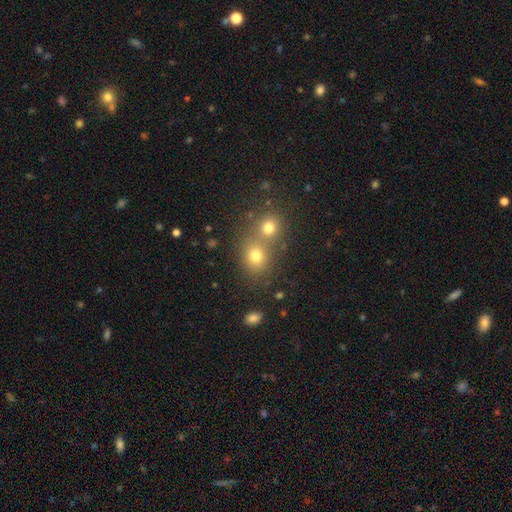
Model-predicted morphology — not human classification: This is likely a smooth galaxy (75%). How rounded: likely round (75%). Merging: possibly none (49%).